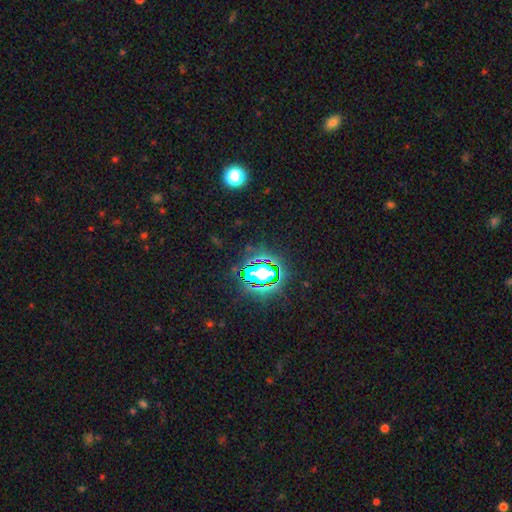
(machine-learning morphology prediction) star or artifact 80%, smooth 12%, featured or disk 7%.